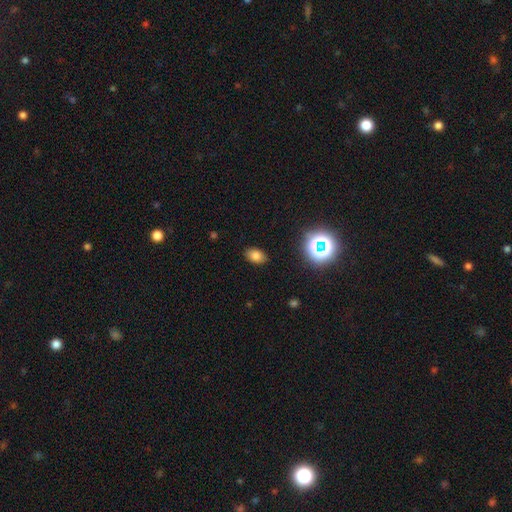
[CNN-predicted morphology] smooth 75%, star or artifact 17%, featured or disk 8%. Down the decision tree: how rounded — in between (84%); merging — none (88%).